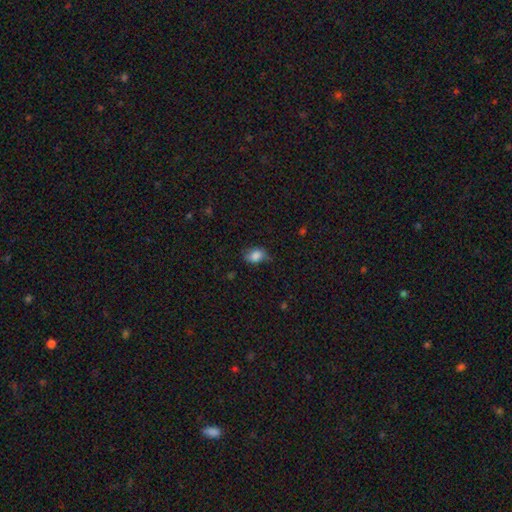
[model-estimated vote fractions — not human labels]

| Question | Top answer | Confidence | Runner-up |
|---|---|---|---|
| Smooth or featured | smooth | 83% | star or artifact (9%) |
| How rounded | in between | 74% | round (24%) |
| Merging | none | 63% | minor disturbance (28%) |